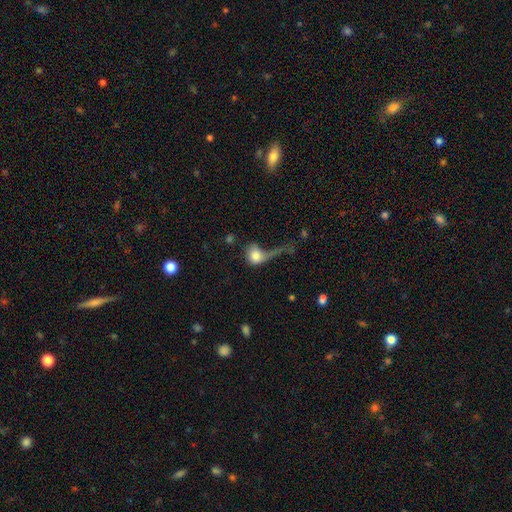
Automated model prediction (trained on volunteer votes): Morphology: type=smooth (70%); roundness=round (62%); merging=major disturbance (56%).